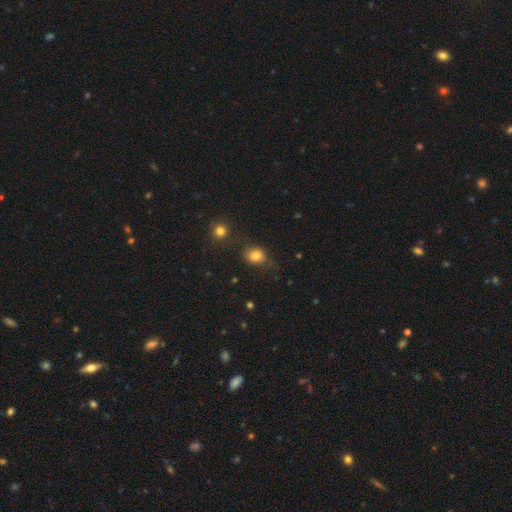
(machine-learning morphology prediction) Overall: smooth (81%). How rounded: round (63%; in between 36%). Merging: none (69%).